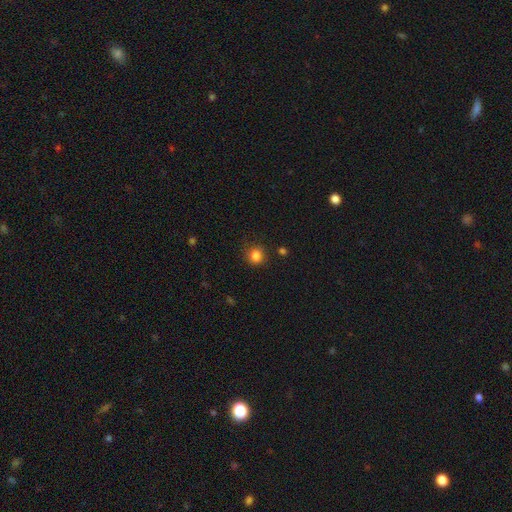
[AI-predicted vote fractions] This appears to be a smooth galaxy with no disk features (84%) that is round (87%). Merging: none (85%).